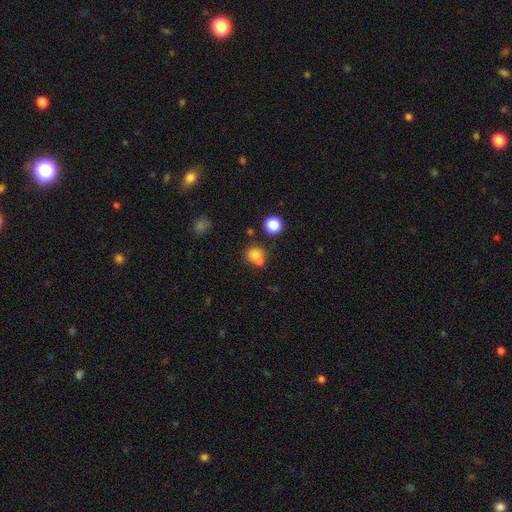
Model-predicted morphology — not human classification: Smooth or featured?
  - smooth: 75% *
  - star or artifact: 14%
  - featured or disk: 11%
How rounded?
  - round: 85% *
  - in between: 14%
  - cigar-shaped: 1%
Merging?
  - none: 55% *
  - merger: 32%
  - minor disturbance: 9%
  - major disturbance: 4%